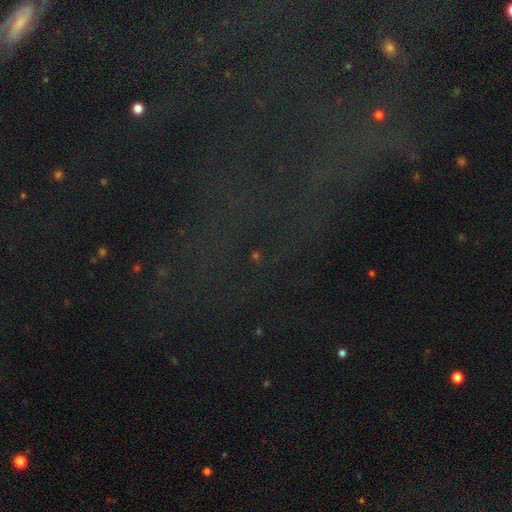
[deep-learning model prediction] This appears to be a star or artifact, not a galaxy (76%).